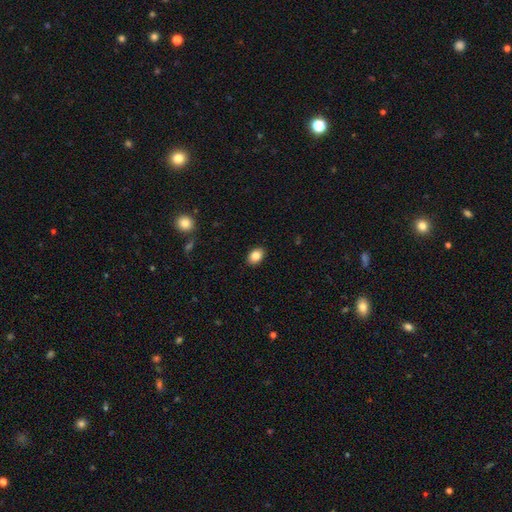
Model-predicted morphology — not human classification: smooth 85%, star or artifact 8%, featured or disk 6%. Down the decision tree: how rounded — in between (80%); merging — none (89%).